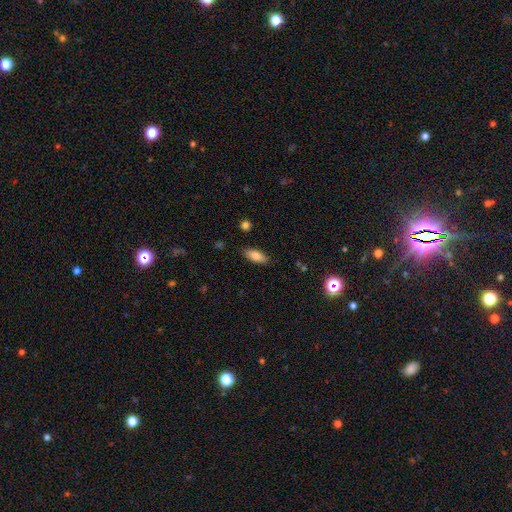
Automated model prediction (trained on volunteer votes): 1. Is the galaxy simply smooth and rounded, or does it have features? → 81% smooth, 12% featured or disk, 7% star or artifact.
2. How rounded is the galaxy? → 85% in between, 12% cigar-shaped, 2% round.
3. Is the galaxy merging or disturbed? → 87% none, 10% minor disturbance, 2% major disturbance, 1% merger.